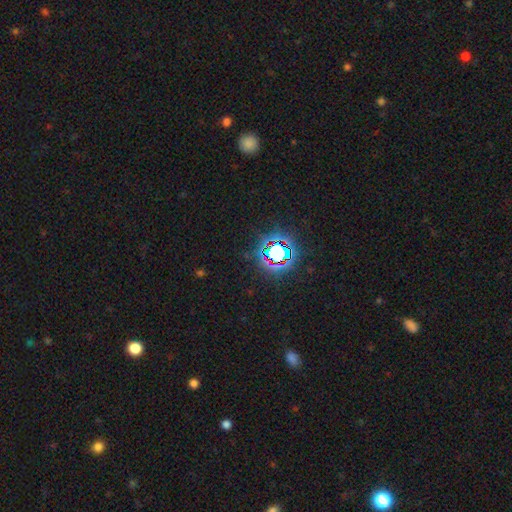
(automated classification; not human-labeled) A star or artifact, not a galaxy (82%).

Vote fractions:
- Smooth or featured? star or artifact: 82% / smooth: 11% / featured or disk: 7%